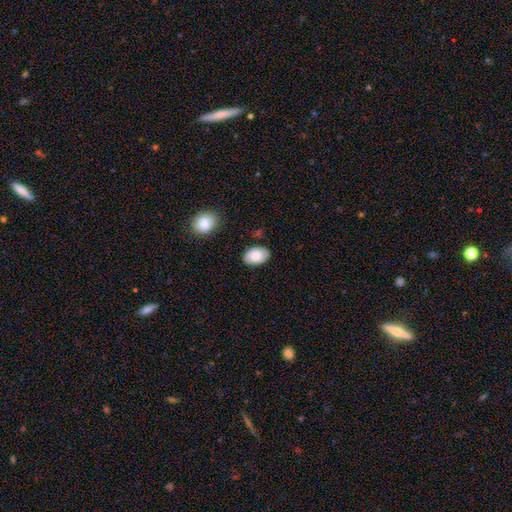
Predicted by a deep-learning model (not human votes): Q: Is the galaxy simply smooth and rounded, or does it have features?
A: smooth — 78%.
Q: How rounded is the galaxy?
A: in between — 88%.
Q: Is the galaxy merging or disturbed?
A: none — 81%.